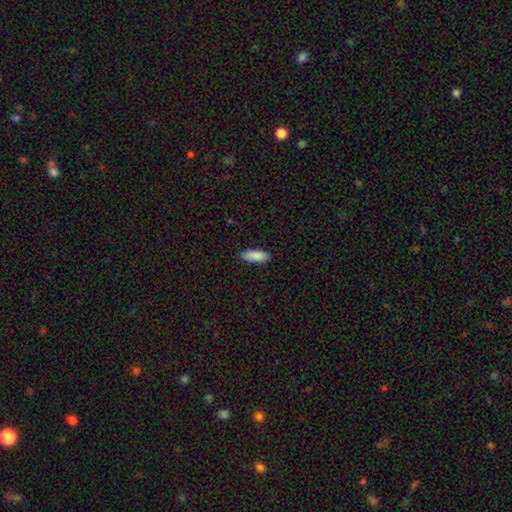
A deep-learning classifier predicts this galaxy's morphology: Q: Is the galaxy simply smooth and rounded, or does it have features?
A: smooth — 90%.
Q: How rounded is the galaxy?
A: in between — 69%.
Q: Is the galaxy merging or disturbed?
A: none — 87%.